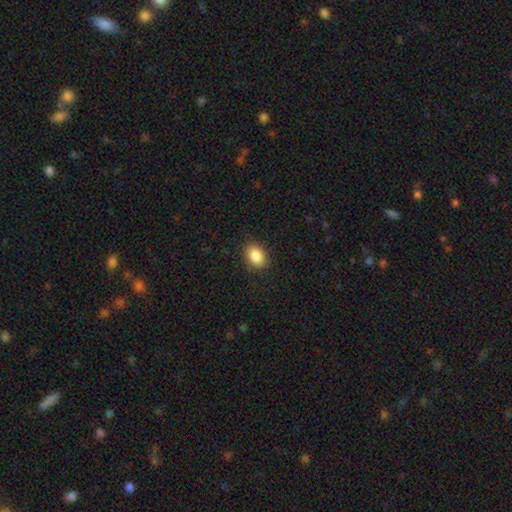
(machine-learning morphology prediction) The model was most divided on "how rounded": in between: 70%, round: 29%, cigar-shaped: 1%. More confident: smooth or featured — smooth (87%); merging — none (87%).